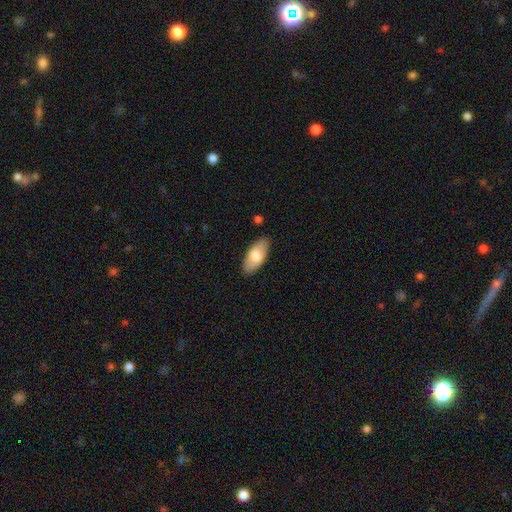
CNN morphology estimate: The model was most divided on "smooth or featured": smooth: 75%, featured or disk: 19%, star or artifact: 6%. More confident: how rounded — in between (90%); merging — none (86%).